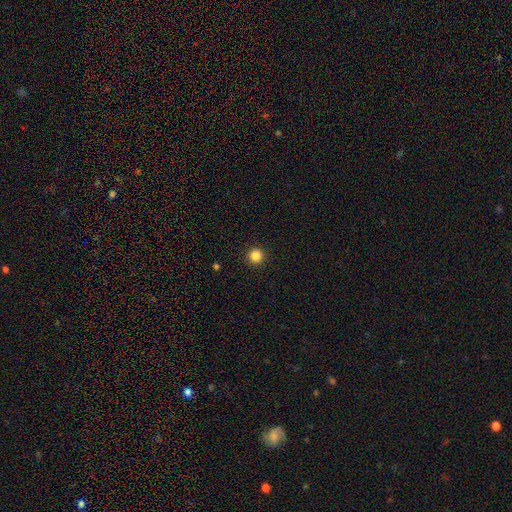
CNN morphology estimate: Smooth or featured? Predicted: smooth (p=0.85). How rounded? Predicted: round (p=0.96). Merging? Predicted: none (p=0.93).